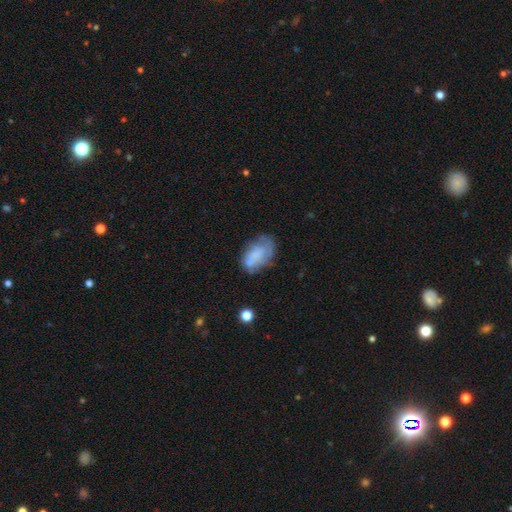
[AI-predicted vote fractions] Q: Smooth or featured?
A: smooth (57%); runner-up: featured or disk (34%)
Q: How rounded?
A: in between (88%); runner-up: round (10%)
Q: Merging?
A: none (44%); runner-up: minor disturbance (29%)